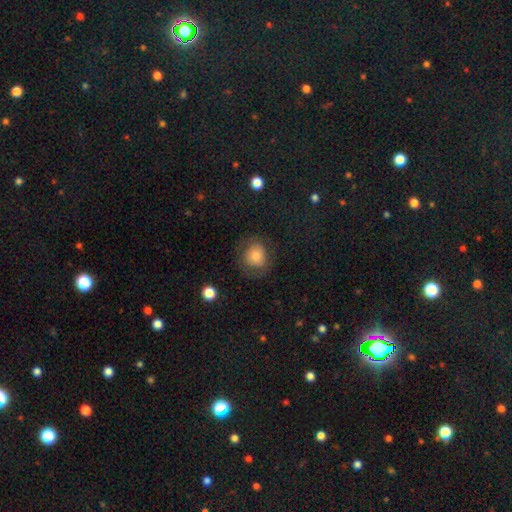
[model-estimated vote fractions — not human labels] Q: Smooth or featured?
A: smooth (69%); runner-up: featured or disk (21%)
Q: How rounded?
A: round (79%); runner-up: in between (20%)
Q: Merging?
A: none (69%); runner-up: minor disturbance (17%)